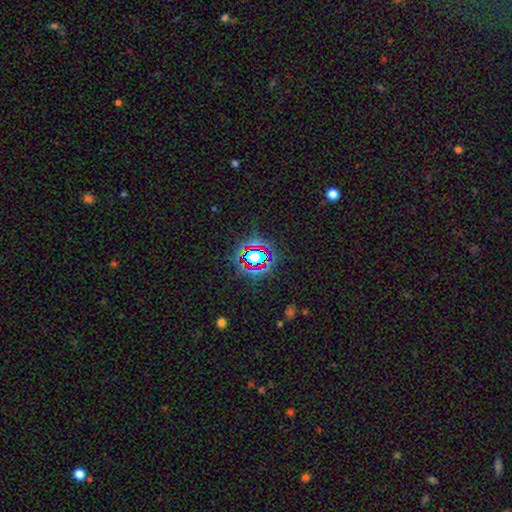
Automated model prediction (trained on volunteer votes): A star or artifact, not a galaxy (66%).

Vote fractions:
- Smooth or featured? star or artifact: 66% / smooth: 22% / featured or disk: 12%